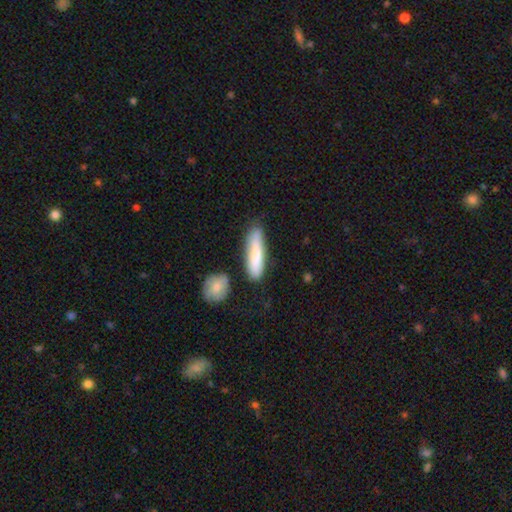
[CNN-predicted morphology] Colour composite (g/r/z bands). It shows a smooth galaxy with no disk features (77%) that is cigar-shaped (73%). Merging: none (72%).